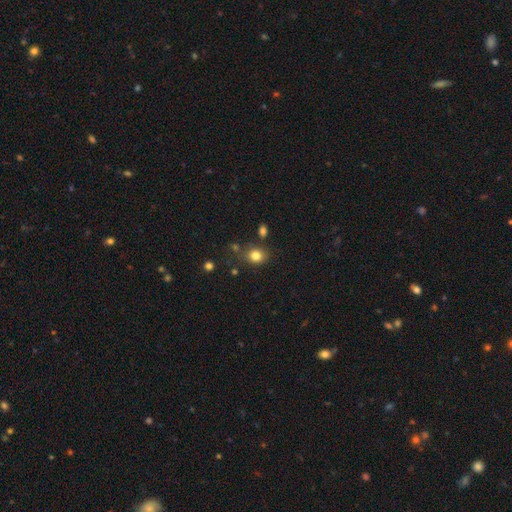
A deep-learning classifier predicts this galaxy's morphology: Overall: smooth (81%). How rounded: round (61%; in between 38%). Merging: none (75%).